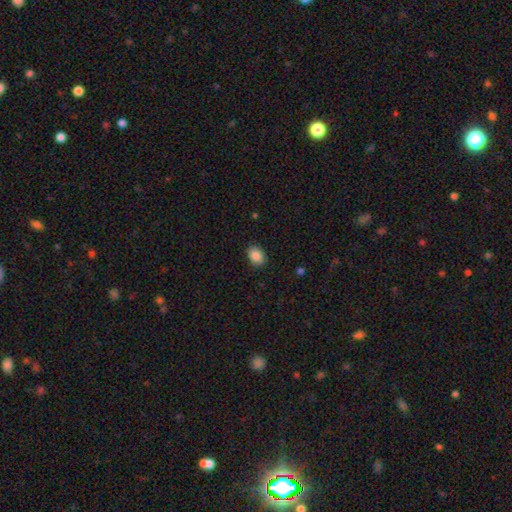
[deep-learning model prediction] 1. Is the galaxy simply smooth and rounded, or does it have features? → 88% smooth, 8% star or artifact, 4% featured or disk.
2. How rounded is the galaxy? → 73% in between, 26% round, 1% cigar-shaped.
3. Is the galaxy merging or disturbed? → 88% none, 9% minor disturbance, 2% major disturbance, 1% merger.